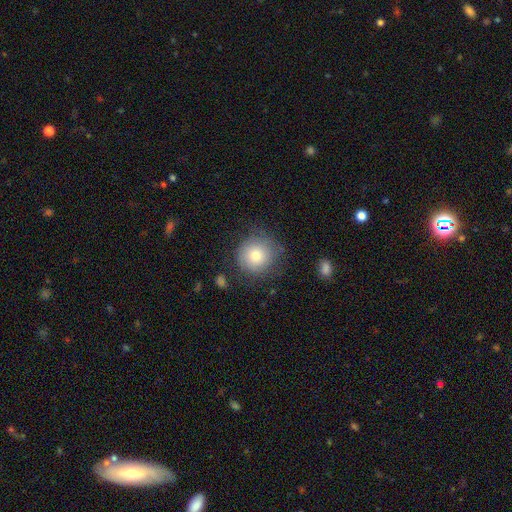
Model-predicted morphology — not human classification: smooth 76%, featured or disk 14%, star or artifact 10%. Down the decision tree: how rounded — round (93%); merging — none (75%).